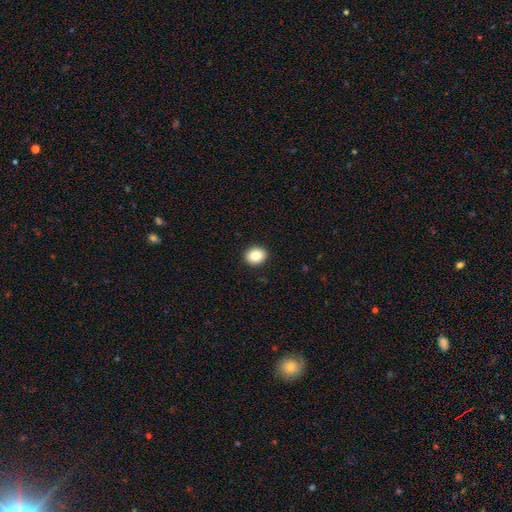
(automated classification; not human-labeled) smooth 85%, star or artifact 9%, featured or disk 6%. Down the decision tree: how rounded — round (63%); merging — none (92%).